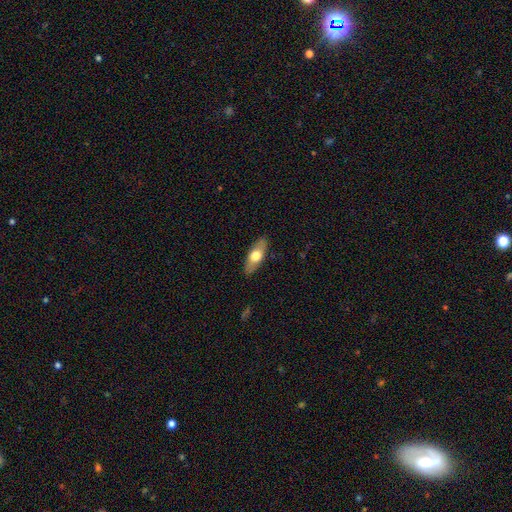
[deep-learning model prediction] Smooth or featured: smooth — 59% (featured or disk — 35%)
How rounded: in between — 69% (cigar-shaped — 27%)
Merging: none — 87% (minor disturbance — 10%)